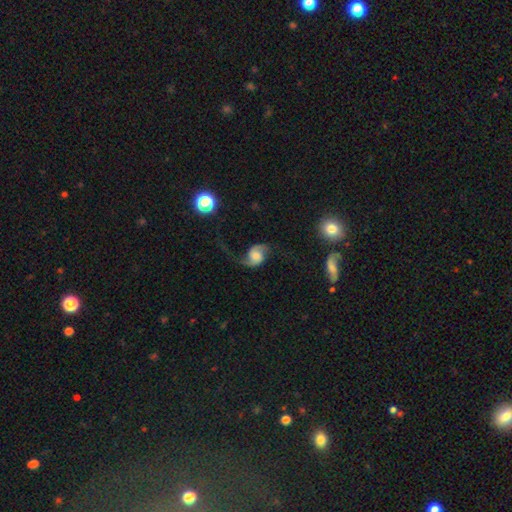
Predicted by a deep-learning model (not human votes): A featured or disk galaxy (79%) with no bar (63%), 2 (90%) loose (68%) spiral arms (95%) and a moderate central bulge (34%).

Vote fractions:
- Smooth or featured? featured or disk: 79% / smooth: 14% / star or artifact: 7%
- Edge-on disk? no: 97% / yes: 3%
- Bar? no: 63% / weak: 31% / strong: 7%
- Spiral arms? yes: 95% / no: 5%
- Spiral winding? loose: 68% / medium: 25% / tight: 7%
- Spiral arm count? 2: 90% / 1: 5% / can't tell: 2% / 3: 1% / 4: 1% / more than 4: 1%
- Bulge size? moderate: 34% / large: 24% / small: 20% / none: 17% / dominant: 6%
- Merging? none: 55% / major disturbance: 22% / minor disturbance: 19% / merger: 4%